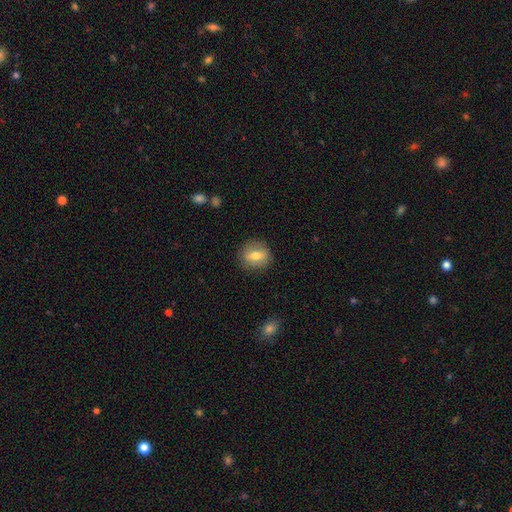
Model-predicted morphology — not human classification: smooth-or-featured: smooth: 65% | featured or disk: 27% | star or artifact: 8%
  how-rounded: round: 71% | in between: 28% | cigar-shaped: 2%
  merging: none: 86% | minor disturbance: 10% | major disturbance: 3% | merger: 1%